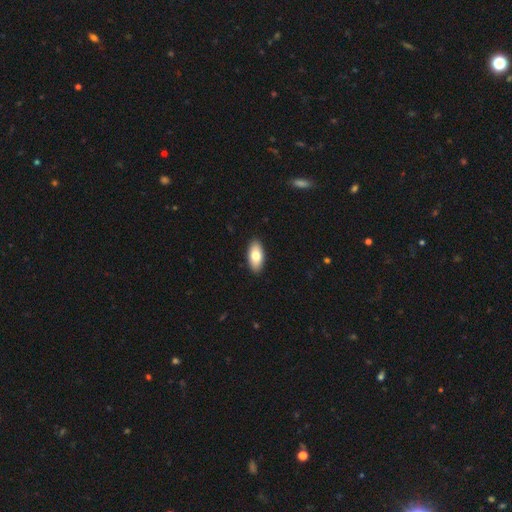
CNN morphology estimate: This is likely a smooth galaxy (79%). How rounded: clearly in between (92%). Merging: clearly none (91%).